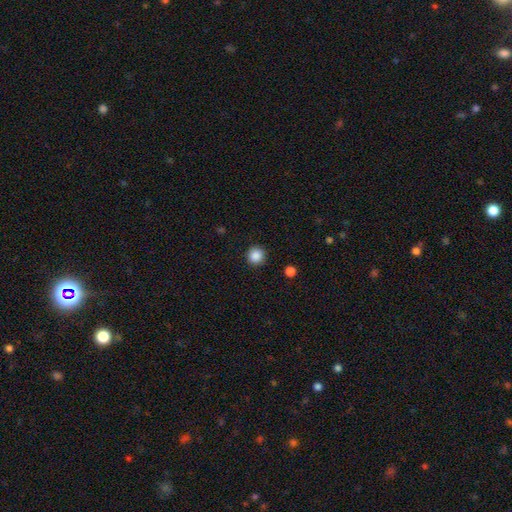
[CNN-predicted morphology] Smooth or featured: smooth — 87% (star or artifact — 10%)
How rounded: round — 94% (in between — 5%)
Merging: none — 91% (minor disturbance — 6%)